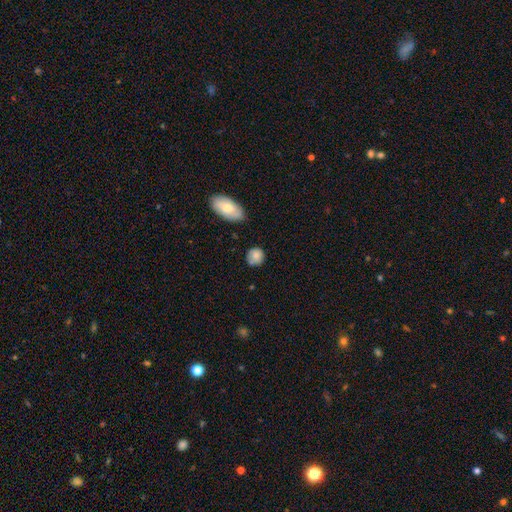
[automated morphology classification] This is clearly a smooth galaxy (82%). How rounded: clearly round (80%). Merging: likely none (74%).